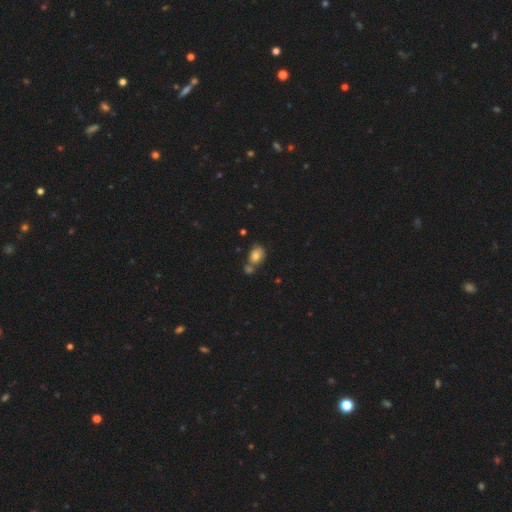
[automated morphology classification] Smooth or featured?
  - smooth: 77% *
  - featured or disk: 12%
  - star or artifact: 11%
How rounded?
  - in between: 57% *
  - round: 42%
  - cigar-shaped: 1%
Merging?
  - none: 48% *
  - merger: 33%
  - minor disturbance: 14%
  - major disturbance: 5%